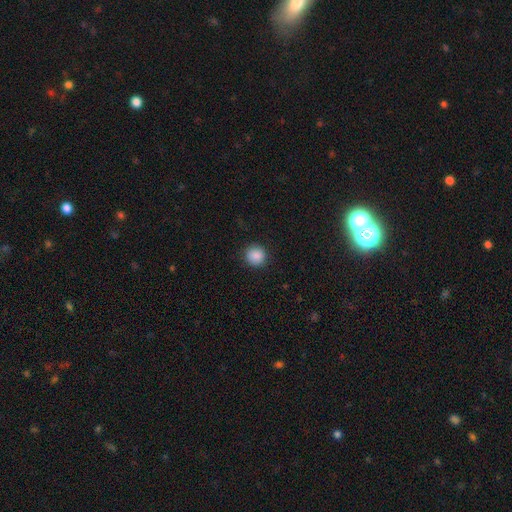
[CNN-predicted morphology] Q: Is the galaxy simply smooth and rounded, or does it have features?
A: smooth — 88%.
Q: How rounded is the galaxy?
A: round — 93%.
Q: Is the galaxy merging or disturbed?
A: none — 91%.